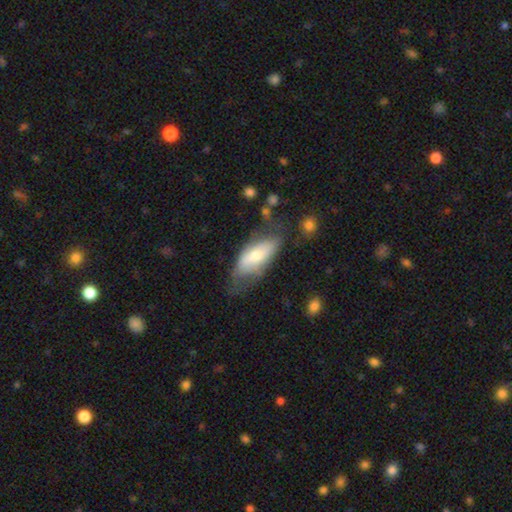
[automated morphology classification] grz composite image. It shows a smooth galaxy with no disk features (58%) that is in between round and cigar-shaped (82%). Merging: none (44%).